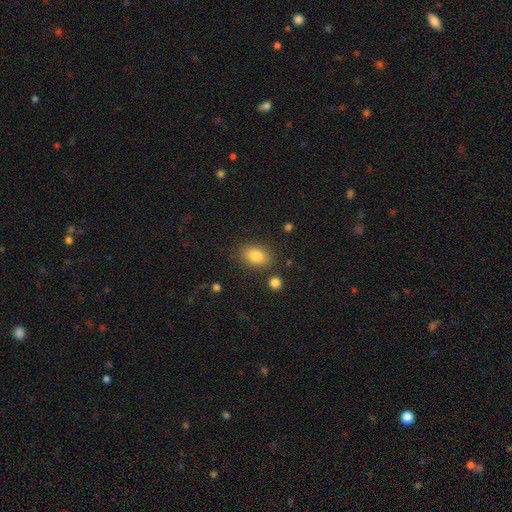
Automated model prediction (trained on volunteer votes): smooth 84%, star or artifact 9%, featured or disk 7%. Down the decision tree: how rounded — in between (86%); merging — none (83%).